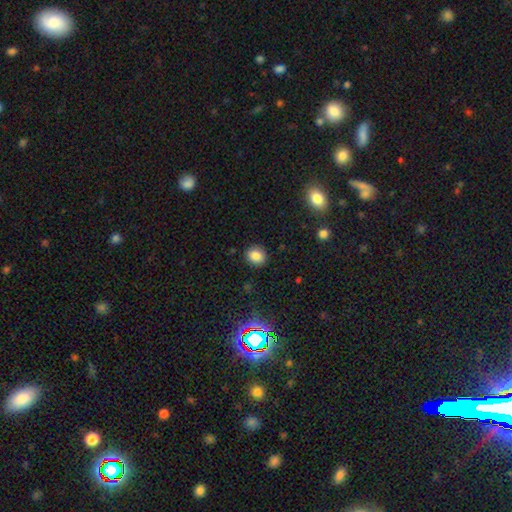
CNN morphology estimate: smooth_or_featured: smooth (p=0.82) [alt: star or artifact p=0.13]
how_rounded: round (p=0.73) [alt: in between p=0.26]
merging: none (p=0.88) [alt: minor disturbance p=0.08]